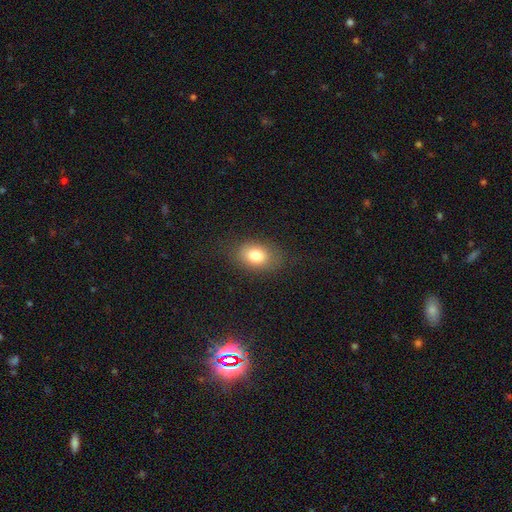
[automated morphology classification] A smooth galaxy with no disk features (79%) that is in between round and cigar-shaped (73%). Merging: none (79%).